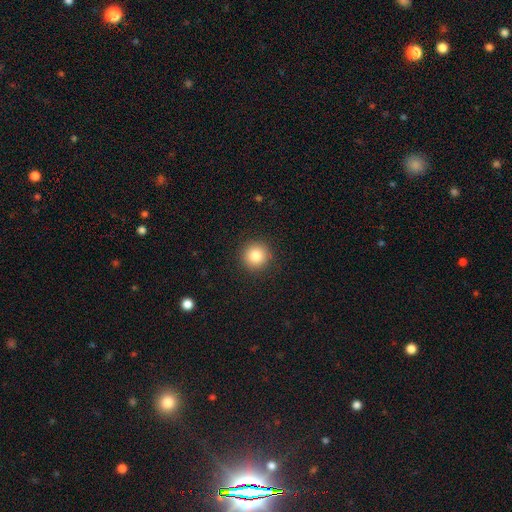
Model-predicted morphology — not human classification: A smooth galaxy with no disk features (84%) that is round (95%). Merging: none (92%).